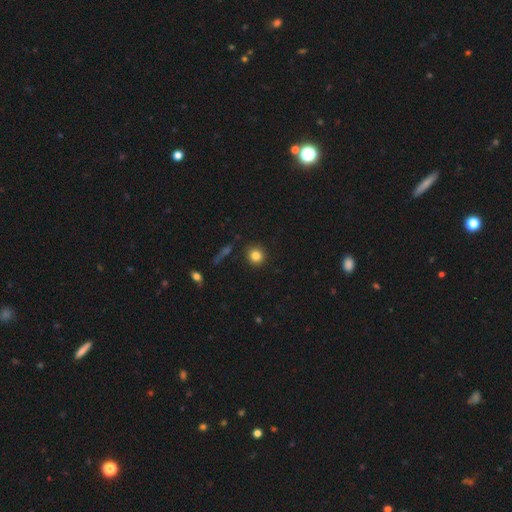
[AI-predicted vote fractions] Q: Smooth or featured?
A: smooth (83%); runner-up: star or artifact (11%)
Q: How rounded?
A: round (93%); runner-up: in between (6%)
Q: Merging?
A: none (90%); runner-up: minor disturbance (6%)